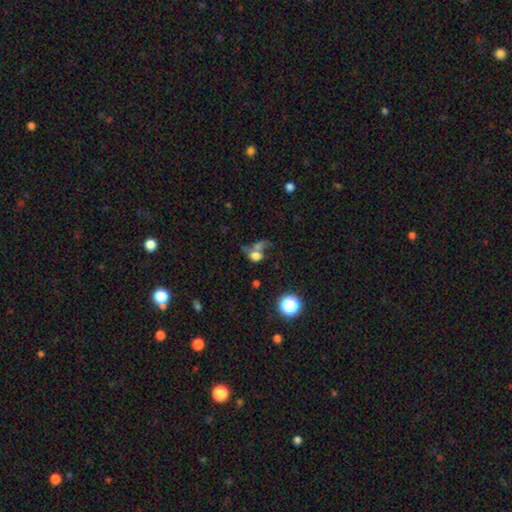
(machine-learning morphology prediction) This appears to be a smooth galaxy with no disk features (66%) that is round (58%). Merging: merger (49%).